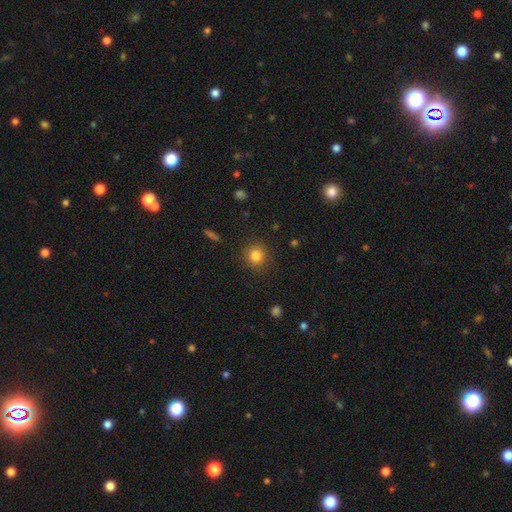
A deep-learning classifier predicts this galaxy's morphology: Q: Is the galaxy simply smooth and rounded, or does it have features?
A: smooth — 83%.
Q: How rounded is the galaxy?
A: round — 90%.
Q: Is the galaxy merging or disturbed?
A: none — 87%.